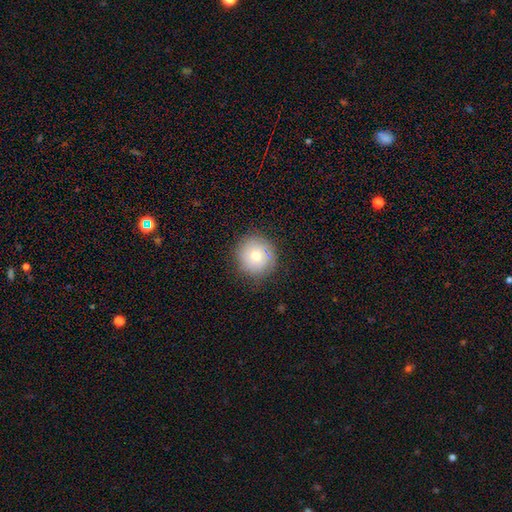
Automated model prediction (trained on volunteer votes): Smooth or featured: smooth — 65% (featured or disk — 25%)
How rounded: round — 94% (in between — 5%)
Merging: none — 82% (minor disturbance — 13%)